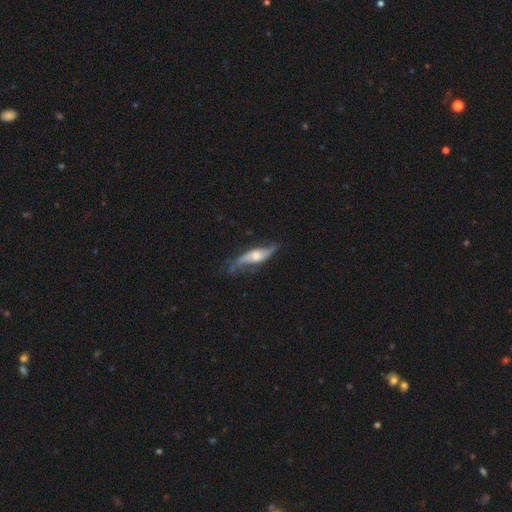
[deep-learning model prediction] This is likely a featured or disk galaxy (67%). It is likely not viewed edge-on (62%). Merging: likely none (60%).